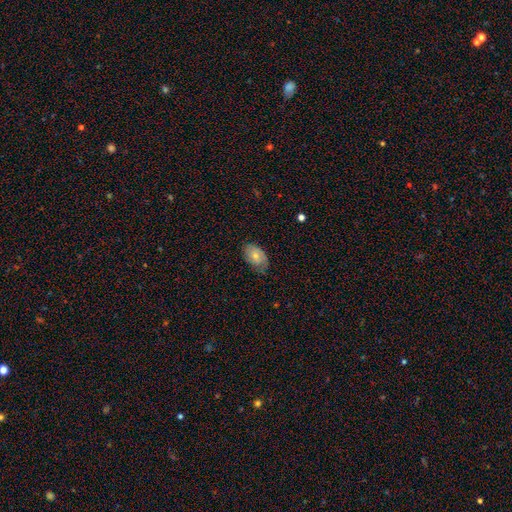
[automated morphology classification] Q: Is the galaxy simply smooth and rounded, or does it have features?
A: smooth — 60%.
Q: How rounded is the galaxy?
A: in between — 89%.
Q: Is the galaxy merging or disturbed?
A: none — 64%.